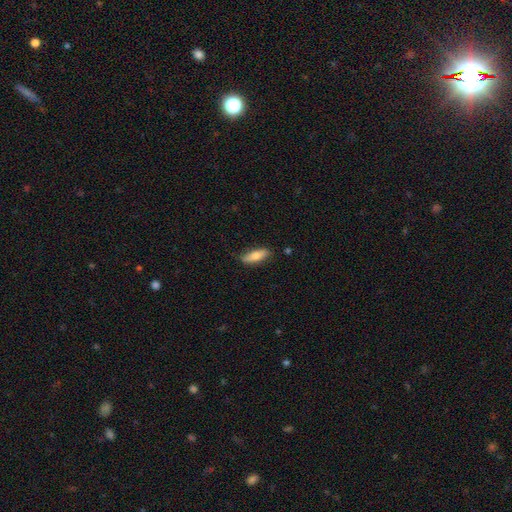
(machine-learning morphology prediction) Q: Smooth or featured?
A: smooth (71%); runner-up: featured or disk (23%)
Q: How rounded?
A: in between (61%); runner-up: cigar-shaped (36%)
Q: Merging?
A: none (81%); runner-up: minor disturbance (16%)